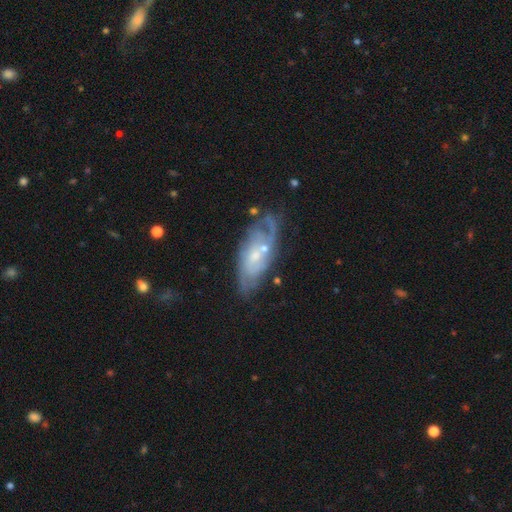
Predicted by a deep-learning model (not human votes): Smooth or featured? featured or disk (77%)
Edge-on disk? no (90%)
Bar? no (60%)
Spiral arms? yes (86%)
Spiral winding? tight (45%)
Spiral arm count? can't tell (42%)
Bulge size? small (60%)
Merging? none (59%)